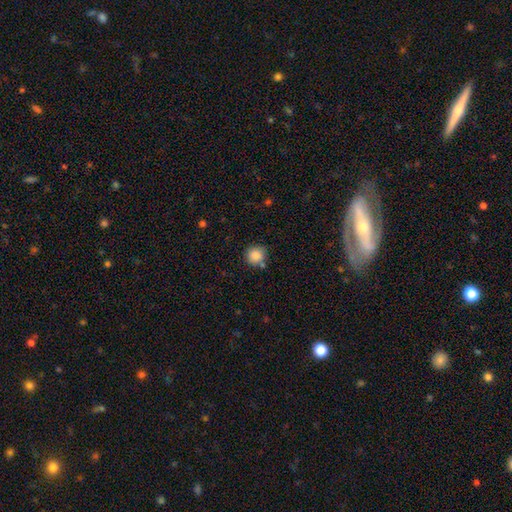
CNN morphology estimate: This is clearly a smooth galaxy (87%). How rounded: clearly round (92%). Merging: likely none (76%).